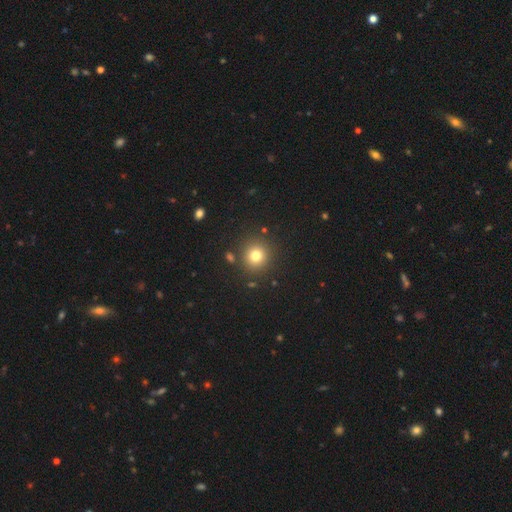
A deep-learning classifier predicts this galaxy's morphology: This appears to be a smooth galaxy with no disk features (78%) that is round (93%). Merging: none (88%).